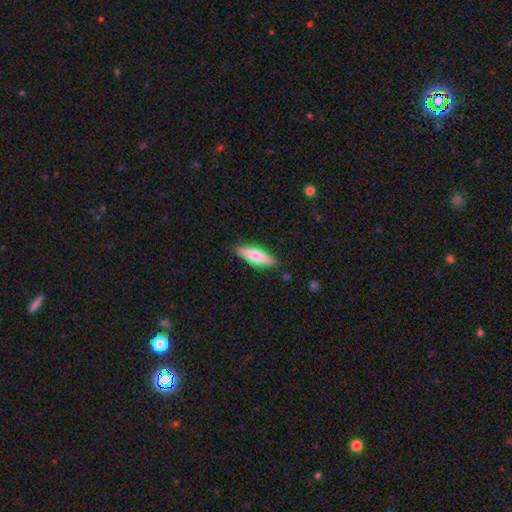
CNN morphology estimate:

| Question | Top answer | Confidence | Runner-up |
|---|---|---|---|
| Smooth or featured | smooth | 58% | featured or disk (37%) |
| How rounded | cigar-shaped | 62% | in between (36%) |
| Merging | none | 87% | minor disturbance (9%) |